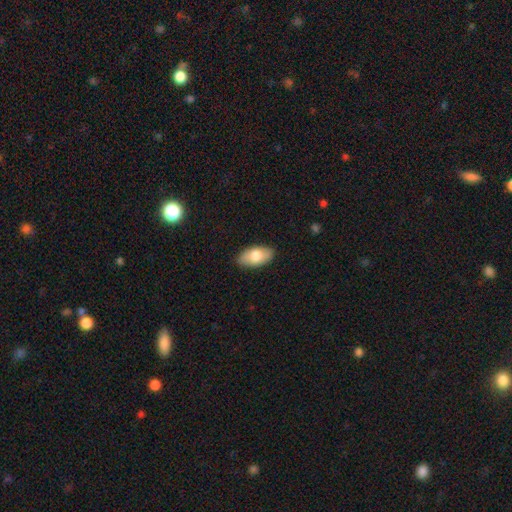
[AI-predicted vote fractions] Overall: smooth (77%). How rounded: in between (94%). Merging: none (86%).